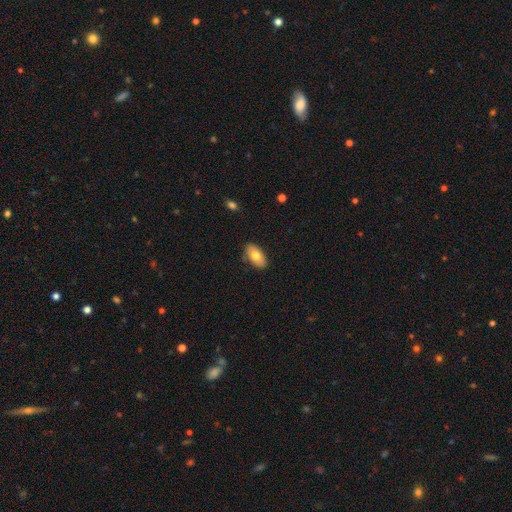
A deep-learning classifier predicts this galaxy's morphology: smooth-or-featured: smooth: 76% | featured or disk: 17% | star or artifact: 7%
  how-rounded: in between: 94% | round: 4% | cigar-shaped: 3%
  merging: none: 84% | minor disturbance: 12% | major disturbance: 2% | merger: 1%